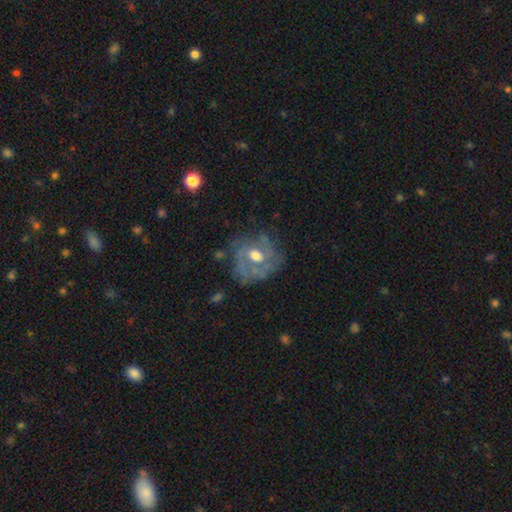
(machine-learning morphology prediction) smooth-or-featured: featured or disk: 72% | smooth: 20% | star or artifact: 8%
  disk-edge-on: no: 97% | yes: 3%
    bar: no: 67% | weak: 27% | strong: 6%
    has-spiral-arms: yes: 65% | no: 35%
    bulge-size: moderate: 70% | large: 15% | small: 11% | none: 2% | dominant: 1%
  merging: none: 57% | minor disturbance: 22% | major disturbance: 18% | merger: 3%